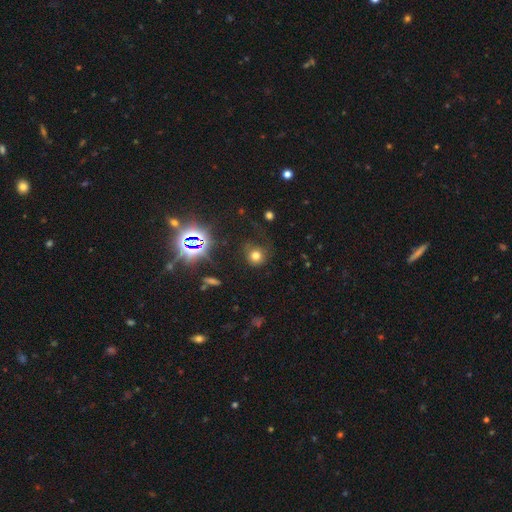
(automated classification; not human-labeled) smooth_or_featured: smooth (p=0.67) [alt: star or artifact p=0.24]
how_rounded: round (p=0.86) [alt: in between p=0.13]
merging: none (p=0.66) [alt: minor disturbance p=0.18]